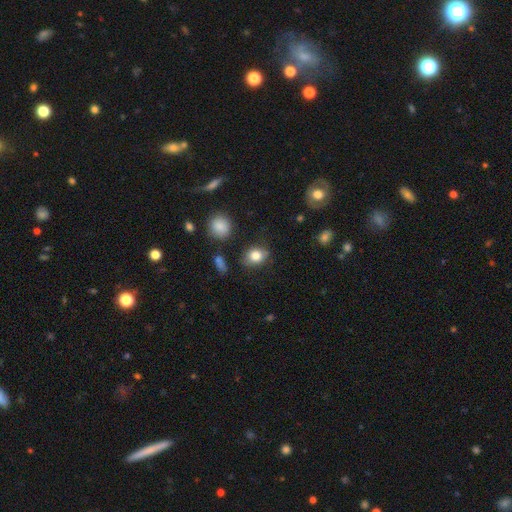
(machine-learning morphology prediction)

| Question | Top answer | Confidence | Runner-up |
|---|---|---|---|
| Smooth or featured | smooth | 82% | star or artifact (10%) |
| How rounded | in between | 51% | round (48%) |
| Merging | none | 76% | minor disturbance (17%) |